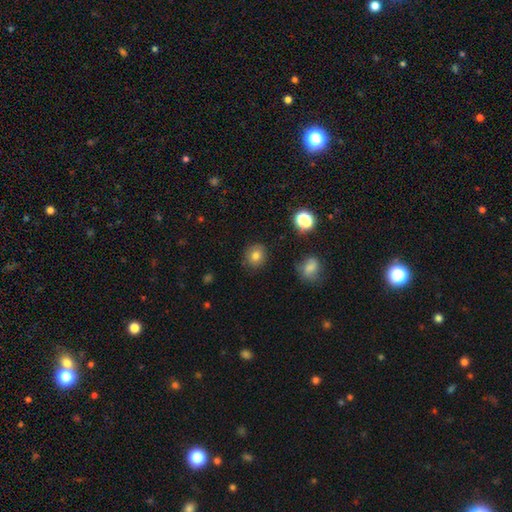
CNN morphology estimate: A smooth galaxy with no disk features (80%) that is round (79%). Merging: none (86%).